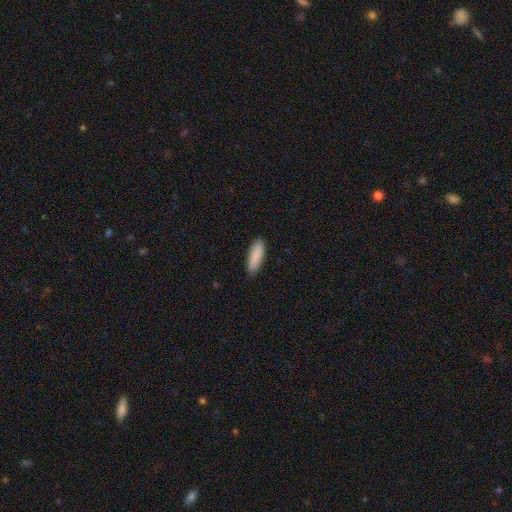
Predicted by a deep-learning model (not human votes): smooth 89%, star or artifact 6%, featured or disk 5%. Down the decision tree: how rounded — in between (58%); merging — none (86%).